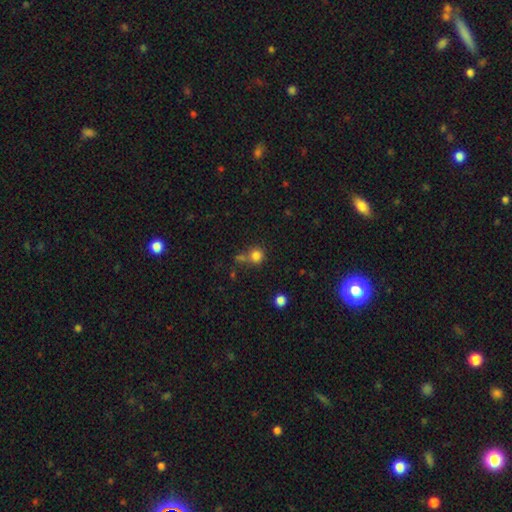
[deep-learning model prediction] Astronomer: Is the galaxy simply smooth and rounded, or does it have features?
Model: smooth — 81%.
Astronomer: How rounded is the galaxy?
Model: round — 90%.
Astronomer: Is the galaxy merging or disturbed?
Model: none — 58%.